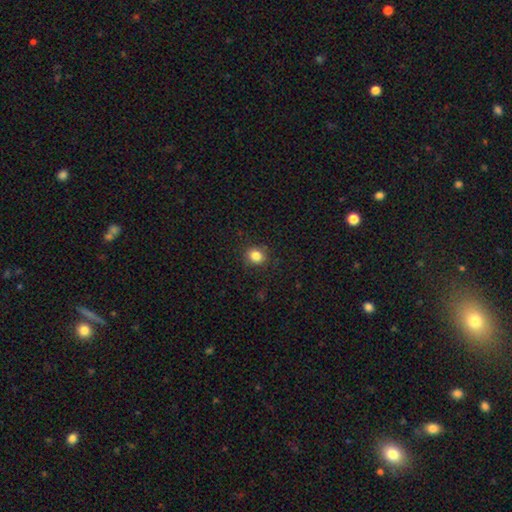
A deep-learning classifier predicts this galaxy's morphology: Smooth or featured: smooth — 83% (star or artifact — 11%)
How rounded: round — 75% (in between — 24%)
Merging: none — 86% (minor disturbance — 10%)